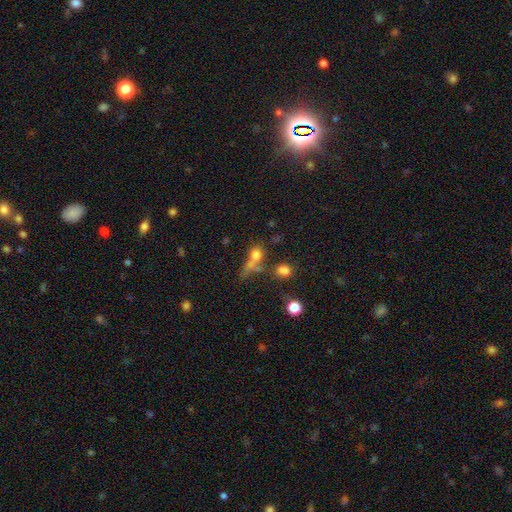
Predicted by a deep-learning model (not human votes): smooth 65%, star or artifact 18%, featured or disk 17%. Down the decision tree: how rounded — round (51%); merging — merger (38%).